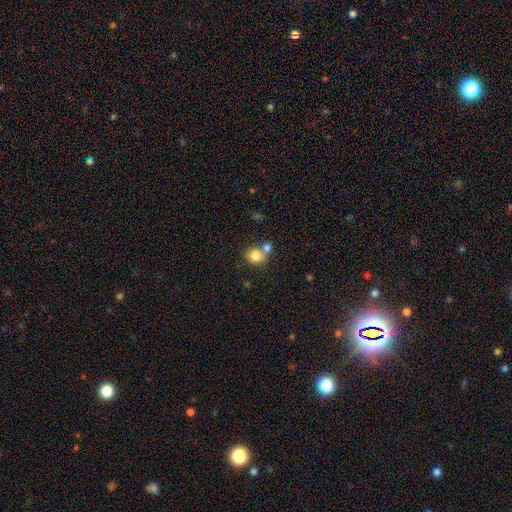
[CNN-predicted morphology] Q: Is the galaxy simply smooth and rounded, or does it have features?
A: smooth — 82%.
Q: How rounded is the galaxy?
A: round — 68%.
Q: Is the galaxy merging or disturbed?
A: none — 50%.